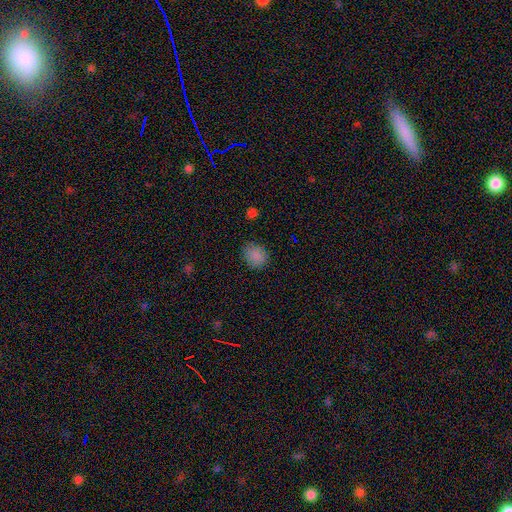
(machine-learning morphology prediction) Q: Smooth or featured?
A: smooth (84%); runner-up: star or artifact (11%)
Q: How rounded?
A: round (64%); runner-up: in between (35%)
Q: Merging?
A: none (82%); runner-up: minor disturbance (13%)